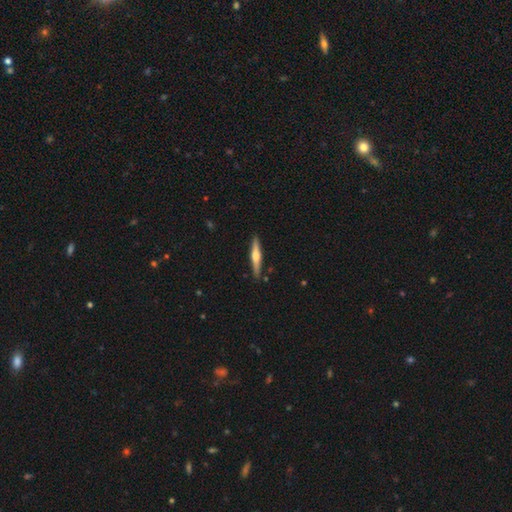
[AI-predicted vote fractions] This appears to be a featured or disk galaxy (58%) viewed edge-on (97%) with a rounded central bulge (88%). Merging: none (89%).